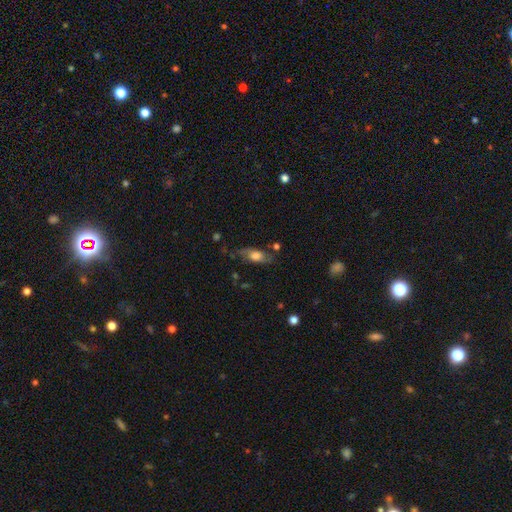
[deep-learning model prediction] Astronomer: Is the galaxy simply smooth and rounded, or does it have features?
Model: smooth — 47% (runner-up: featured or disk, 45%).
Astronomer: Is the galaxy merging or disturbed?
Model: none — 65%.